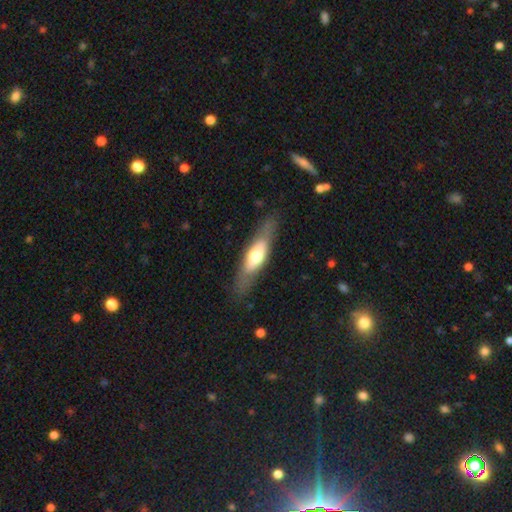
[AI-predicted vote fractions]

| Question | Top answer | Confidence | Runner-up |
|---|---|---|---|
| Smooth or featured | smooth | 49% | featured or disk (45%) |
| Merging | none | 81% | minor disturbance (13%) |